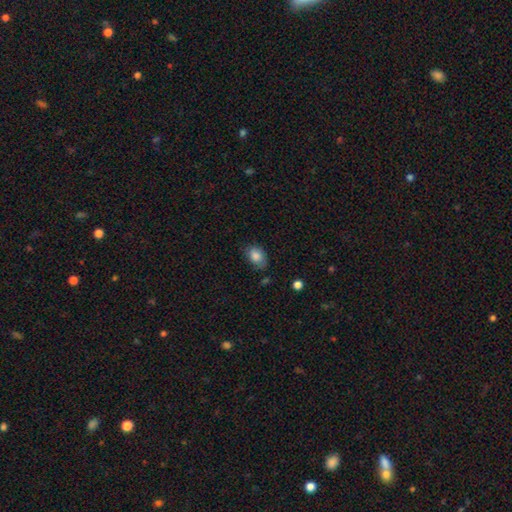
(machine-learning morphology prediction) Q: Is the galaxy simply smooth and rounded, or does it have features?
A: smooth — 84%.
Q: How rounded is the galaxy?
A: in between — 79%.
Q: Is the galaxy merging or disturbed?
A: none — 63%.